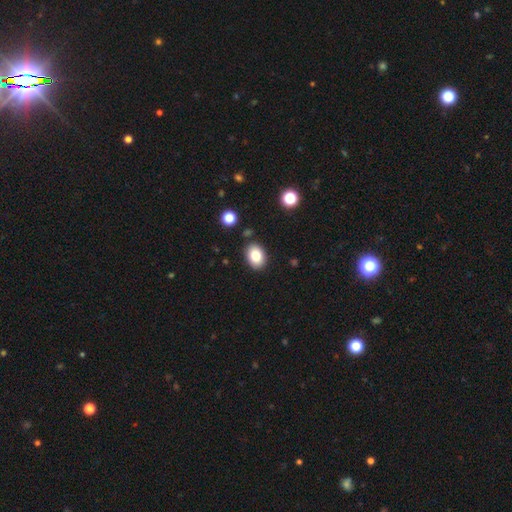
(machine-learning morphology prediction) type=smooth (84%); roundness=in between (75%); merging=none (87%).